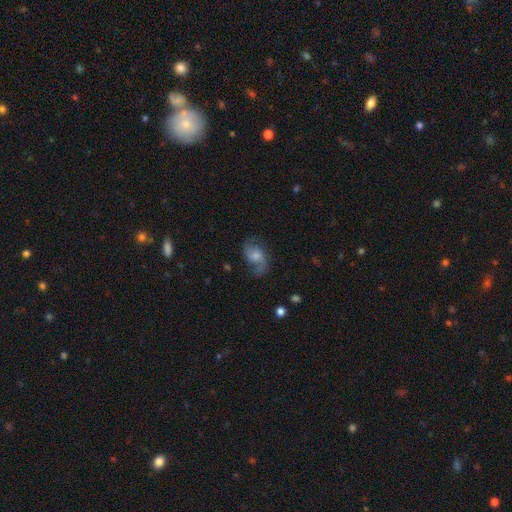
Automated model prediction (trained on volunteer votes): Overall: featured or disk (70%). Edge-on disk: no (97%). Bar: no (61%; weak 33%). Spiral arms: yes (93%). Spiral arm count: 2 (87%). Spiral winding: loose (53%; medium 38%). Bulge size: moderate (41%; small 29%). Merging: none (68%).